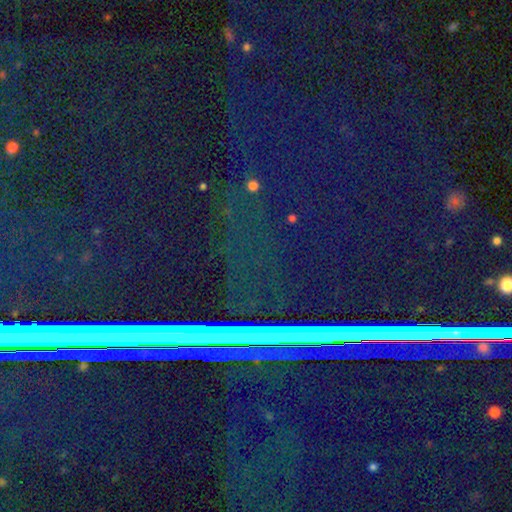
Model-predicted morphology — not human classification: Smooth or featured?
  - star or artifact: 83% *
  - featured or disk: 8%
  - smooth: 8%